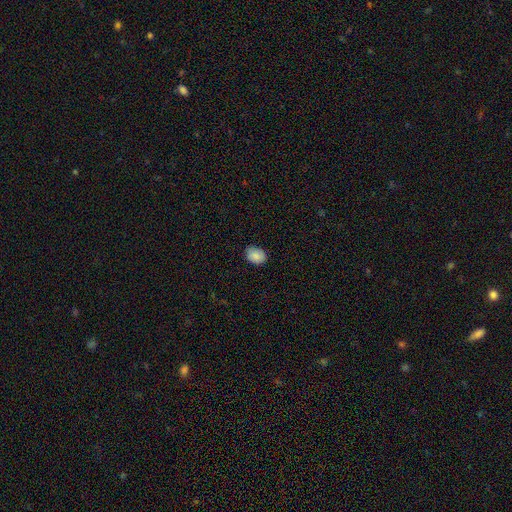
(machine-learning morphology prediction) smooth-or-featured: smooth: 86% | star or artifact: 8% | featured or disk: 7%
  how-rounded: in between: 70% | round: 29% | cigar-shaped: 1%
  merging: none: 82% | minor disturbance: 14% | major disturbance: 2% | merger: 1%